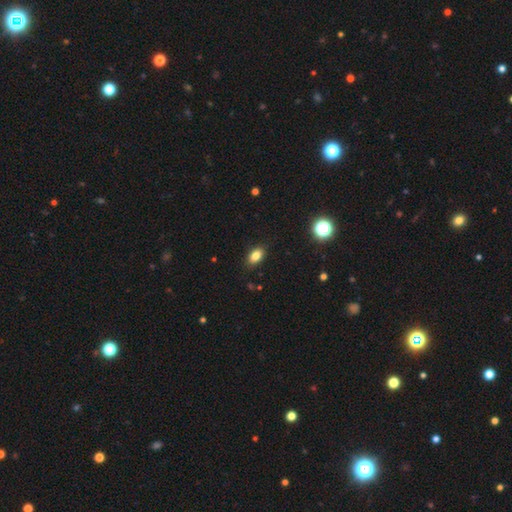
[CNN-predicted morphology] This is clearly a smooth galaxy (82%). How rounded: clearly in between (86%). Merging: clearly none (87%).